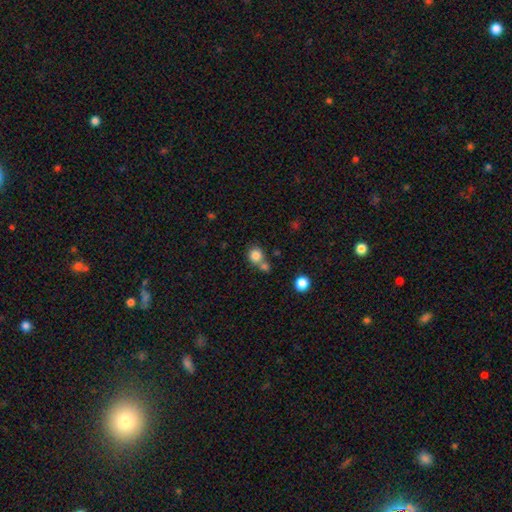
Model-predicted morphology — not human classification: A smooth galaxy with no disk features (82%) that is round (86%). Merging: none (56%).